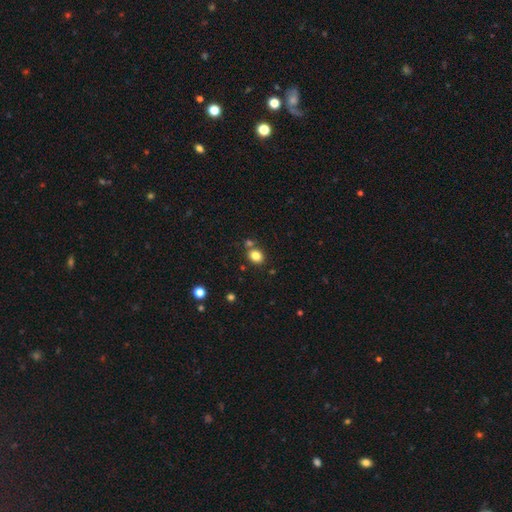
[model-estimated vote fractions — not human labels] smooth_or_featured: smooth (p=0.82) [alt: star or artifact p=0.11]
how_rounded: round (p=0.57) [alt: in between p=0.43]
merging: none (p=0.73) [alt: merger p=0.15]